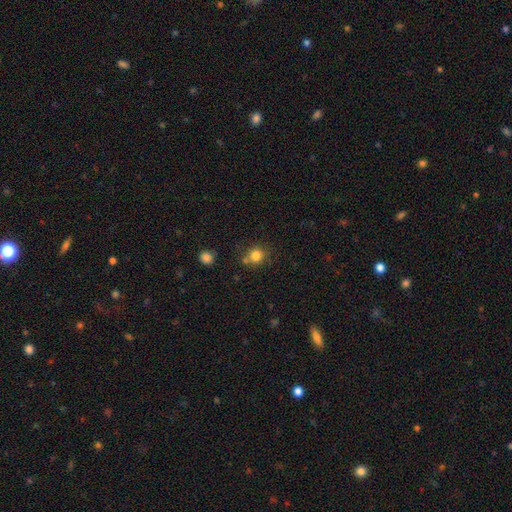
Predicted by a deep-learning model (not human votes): Smooth or featured? smooth (81%)
How rounded? round (87%)
Merging? none (68%)